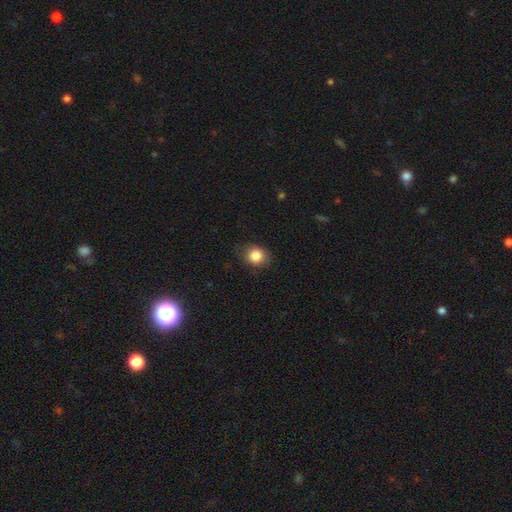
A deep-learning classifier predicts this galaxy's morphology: Smooth or featured? Predicted: smooth (p=0.85). How rounded? Predicted: round (p=0.61). Merging? Predicted: none (p=0.79).